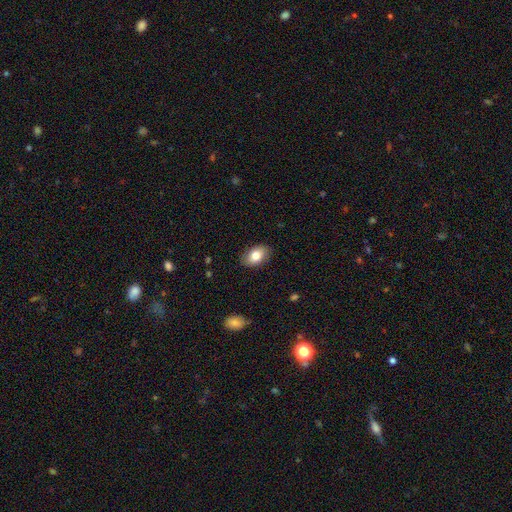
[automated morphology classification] A smooth galaxy with no disk features (80%) that is in between round and cigar-shaped (88%). Merging: none (86%).